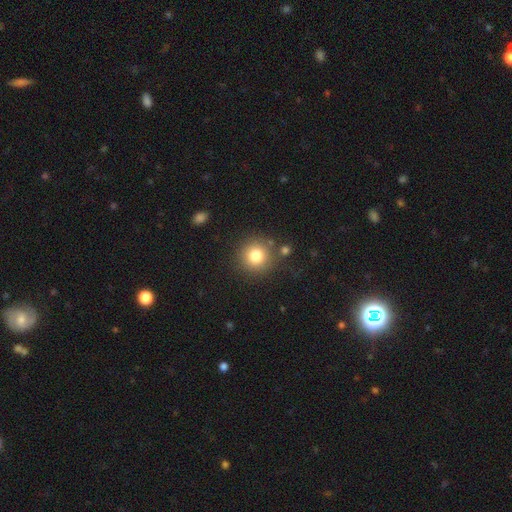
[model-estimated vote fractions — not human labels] Smooth or featured? Predicted: smooth (p=0.80). How rounded? Predicted: round (p=0.94). Merging? Predicted: none (p=0.84).